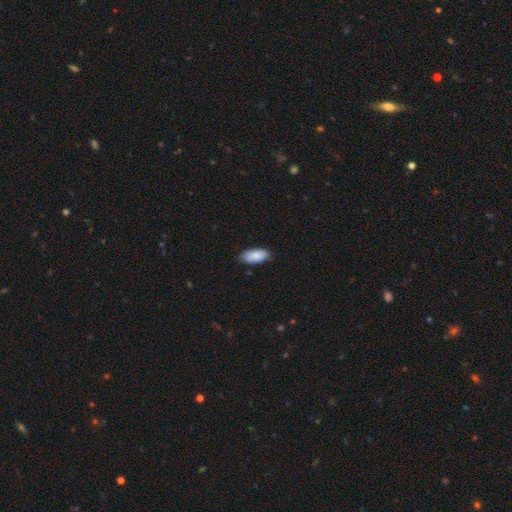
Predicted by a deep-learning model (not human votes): smooth-or-featured: smooth: 87% | featured or disk: 7% | star or artifact: 6%
  how-rounded: in between: 91% | cigar-shaped: 7% | round: 2%
  merging: none: 82% | minor disturbance: 15% | major disturbance: 2% | merger: 1%